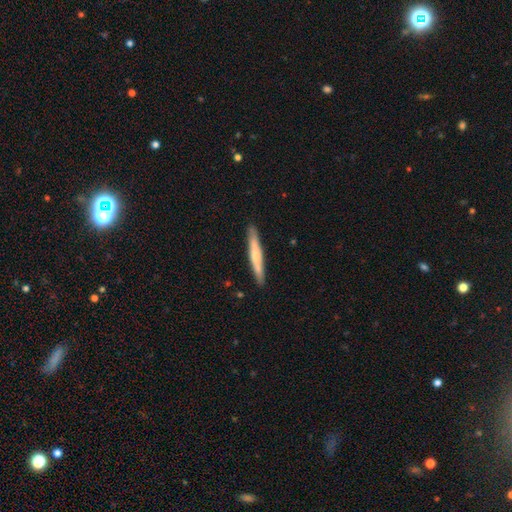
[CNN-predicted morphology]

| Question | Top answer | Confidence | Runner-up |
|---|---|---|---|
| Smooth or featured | smooth | 57% | featured or disk (38%) |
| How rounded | cigar-shaped | 95% | in between (3%) |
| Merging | none | 89% | minor disturbance (8%) |